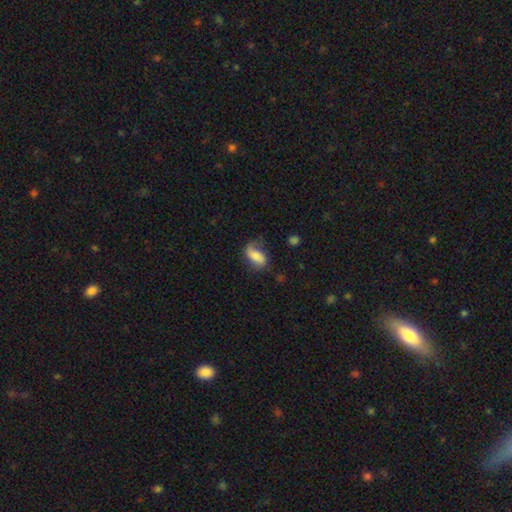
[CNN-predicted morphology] This is likely a smooth galaxy (67%). How rounded: clearly in between (86%). Merging: possibly none (55%).